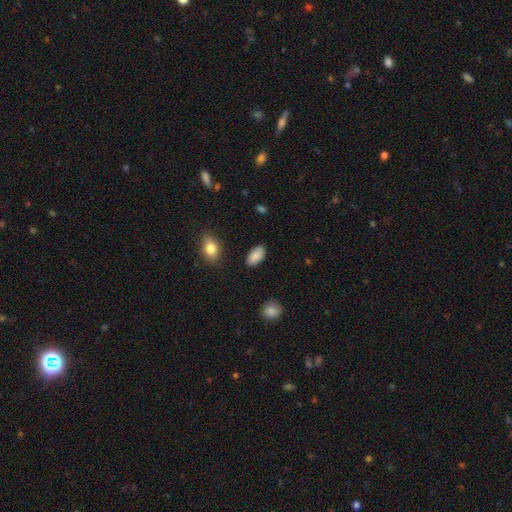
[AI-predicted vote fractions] Overall: smooth (88%). How rounded: in between (94%). Merging: none (86%).